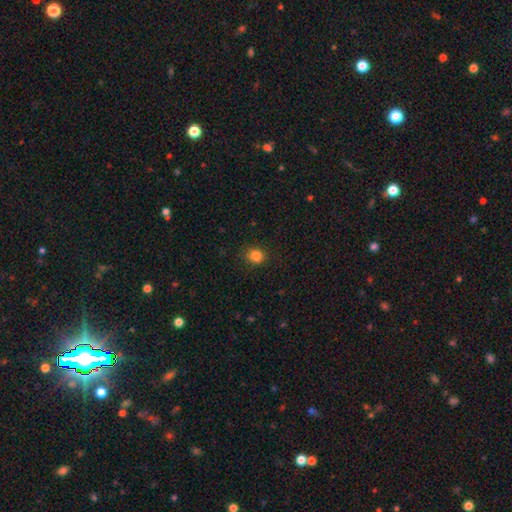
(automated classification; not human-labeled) Overall: smooth (84%). How rounded: round (79%). Merging: none (88%).